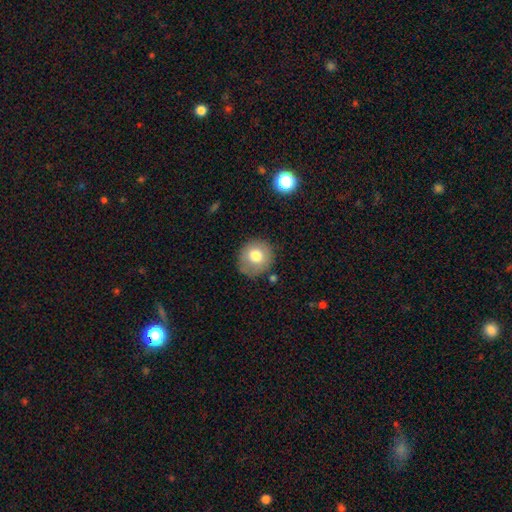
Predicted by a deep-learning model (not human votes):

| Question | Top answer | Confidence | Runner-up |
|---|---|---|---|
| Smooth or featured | smooth | 75% | featured or disk (16%) |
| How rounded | round | 88% | in between (11%) |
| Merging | none | 80% | minor disturbance (13%) |